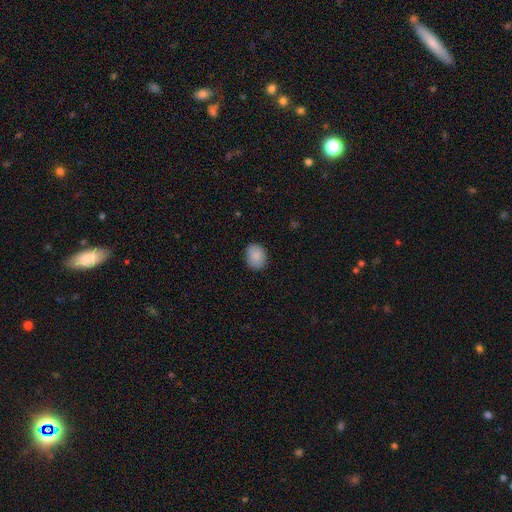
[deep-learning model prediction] This appears to be a smooth galaxy with no disk features (88%) that is round (53%). Merging: none (86%).